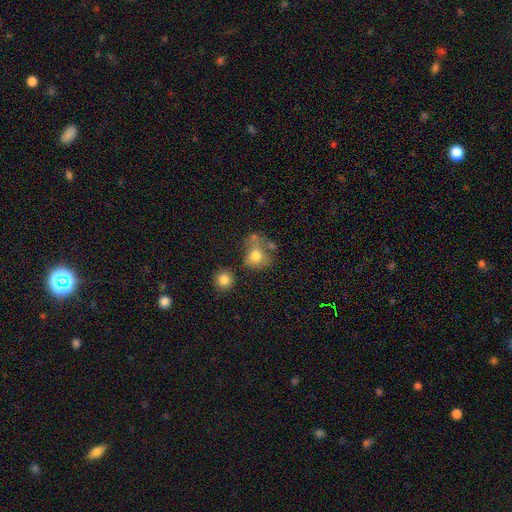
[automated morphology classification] smooth_or_featured: smooth (p=0.71) [alt: featured or disk p=0.18]
how_rounded: round (p=0.56) [alt: in between p=0.43]
merging: none (p=0.34) [alt: merger p=0.25]